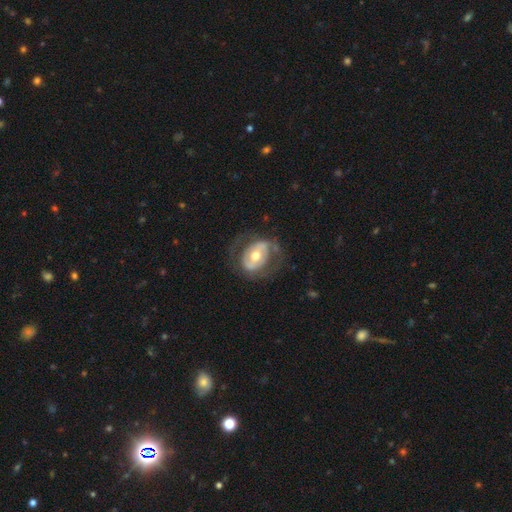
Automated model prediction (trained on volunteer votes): Q: Smooth or featured?
A: featured or disk (64%); runner-up: smooth (30%)
Q: Edge-on disk?
A: no (95%); runner-up: yes (5%)
Q: Bar?
A: no (47%); runner-up: weak (31%)
Q: Spiral arms?
A: no (58%); runner-up: yes (42%)
Q: Bulge size?
A: moderate (74%); runner-up: small (14%)
Q: Merging?
A: none (61%); runner-up: minor disturbance (19%)